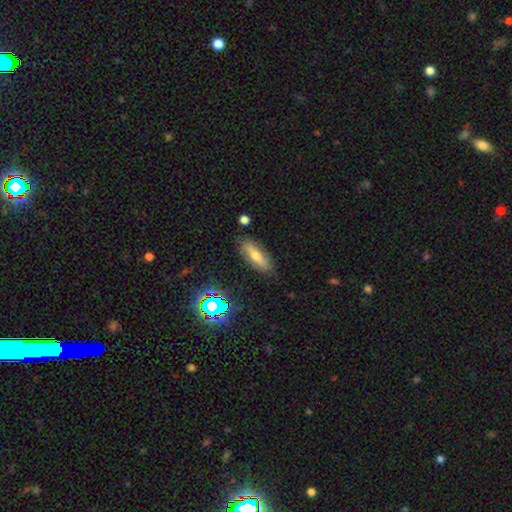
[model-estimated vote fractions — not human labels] smooth_or_featured: smooth (p=0.46) [alt: featured or disk p=0.41]
merging: none (p=0.82) [alt: minor disturbance p=0.13]